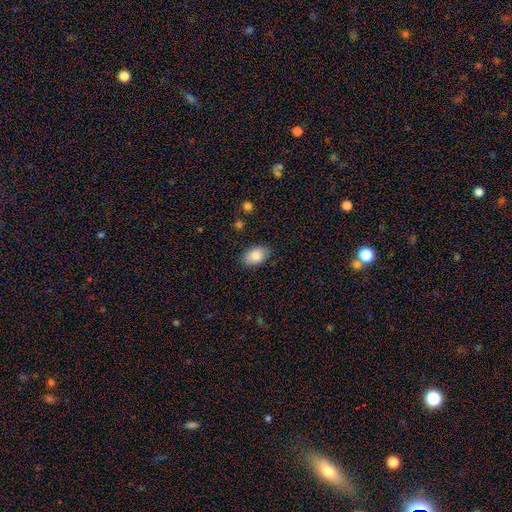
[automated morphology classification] The model was most divided on "merging": none: 84%, minor disturbance: 12%, major disturbance: 3%, merger: 1%. More confident: how rounded — in between (87%); smooth or featured — smooth (86%).